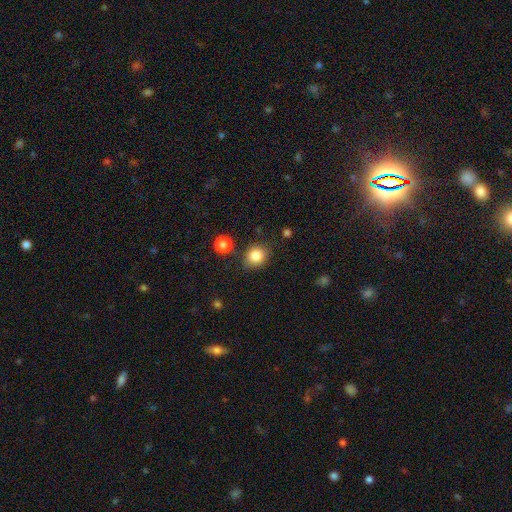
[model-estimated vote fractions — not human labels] This appears to be a smooth galaxy with no disk features (85%) that is round (76%). Merging: none (79%).